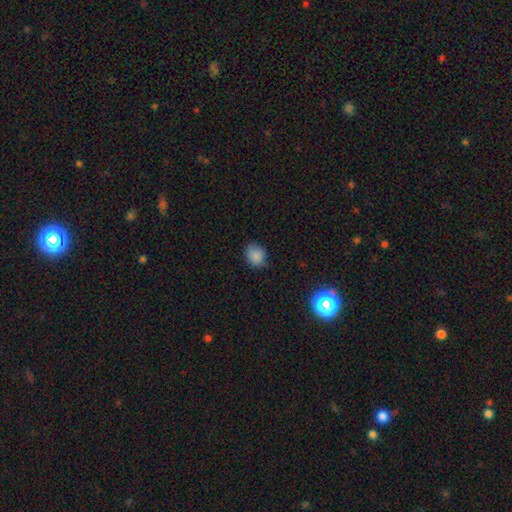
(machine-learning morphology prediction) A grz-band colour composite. It shows a smooth galaxy with no disk features (85%) that is round (65%). Merging: none (75%).